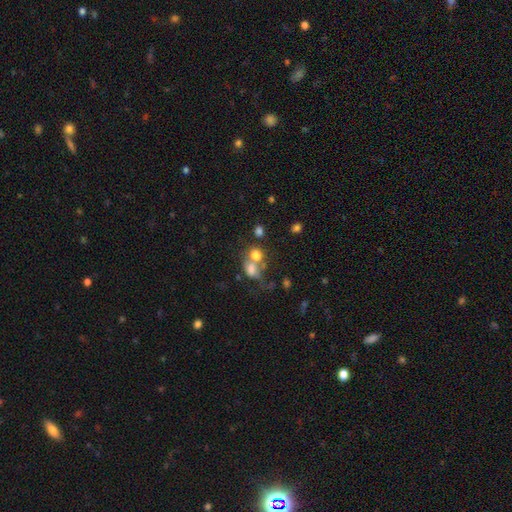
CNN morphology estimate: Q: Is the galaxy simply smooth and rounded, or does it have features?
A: smooth — 71%.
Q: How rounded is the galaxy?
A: round — 63%.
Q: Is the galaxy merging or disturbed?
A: merger — 56%.